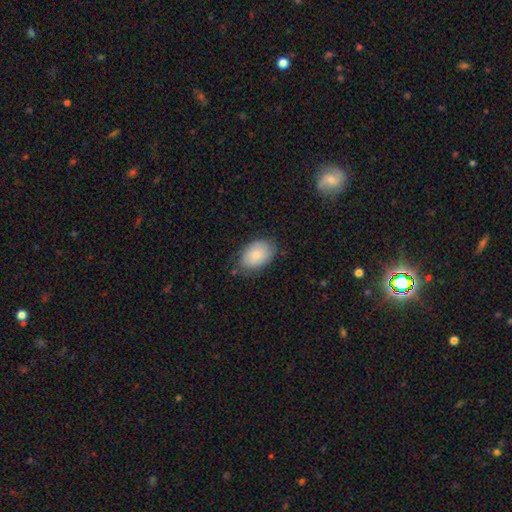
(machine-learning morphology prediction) Smooth or featured? smooth (81%)
How rounded? in between (88%)
Merging? none (73%)